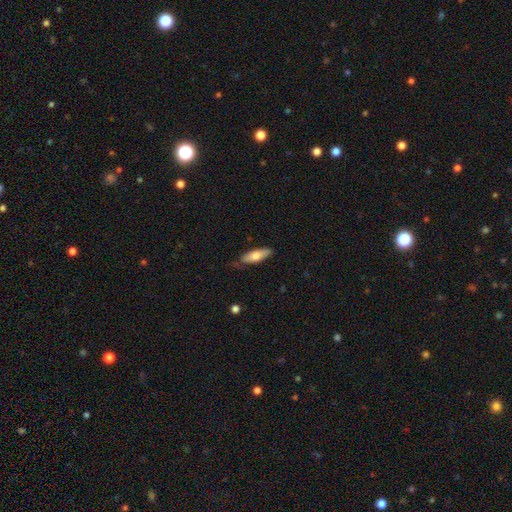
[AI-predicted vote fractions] Smooth or featured?
  - smooth: 71% *
  - featured or disk: 23%
  - star or artifact: 6%
How rounded?
  - in between: 57% *
  - cigar-shaped: 41%
  - round: 2%
Merging?
  - none: 71% *
  - minor disturbance: 23%
  - major disturbance: 4%
  - merger: 2%